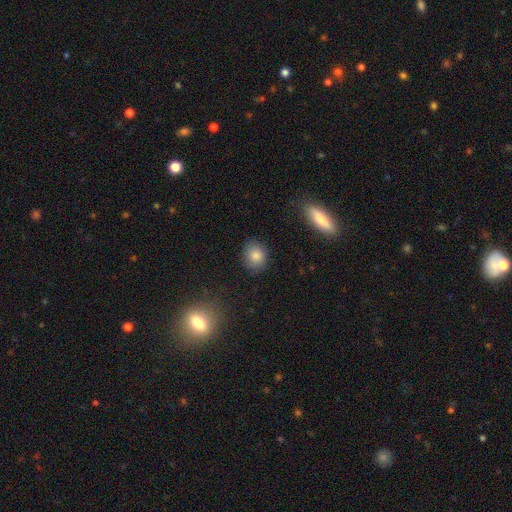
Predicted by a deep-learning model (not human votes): Smooth or featured? Predicted: smooth (p=0.84). How rounded? Predicted: round (p=0.68). Merging? Predicted: none (p=0.85).